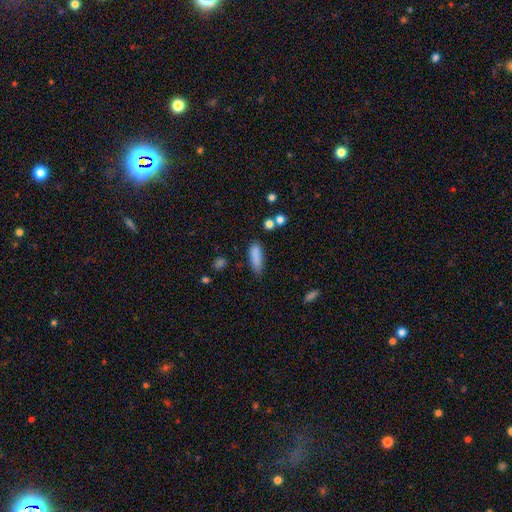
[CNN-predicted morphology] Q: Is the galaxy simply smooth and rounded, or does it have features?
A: smooth — 85%.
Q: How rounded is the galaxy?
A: in between — 53%.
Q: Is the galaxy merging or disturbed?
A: none — 67%.